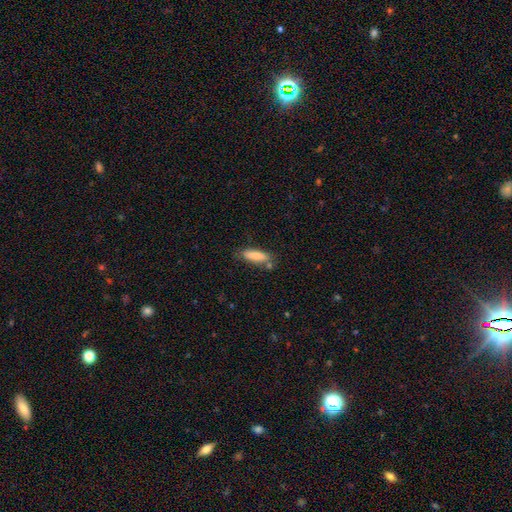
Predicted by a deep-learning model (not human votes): Smooth or featured? smooth (83%)
How rounded? cigar-shaped (58%)
Merging? none (72%)